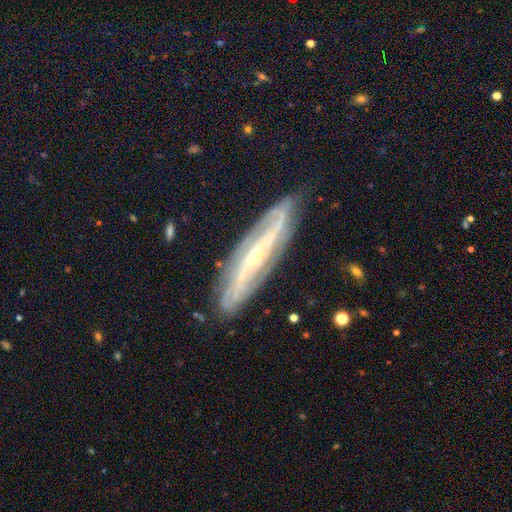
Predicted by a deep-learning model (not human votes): smooth-or-featured: featured or disk: 84% | smooth: 10% | star or artifact: 6%
  disk-edge-on: no: 70% | yes: 30%
    bar: no: 43% | strong: 29% | weak: 28%
    has-spiral-arms: yes: 92% | no: 8%
      spiral-winding: tight: 54% | medium: 34% | loose: 12%
      spiral-arm-count: 2: 45% | can't tell: 31% | 3: 10% | 4: 5% | more than 4: 4% | 1: 4%
    bulge-size: small: 73% | moderate: 23% | none: 1% | large: 1% | dominant: 1%
  merging: none: 81% | minor disturbance: 14% | major disturbance: 3% | merger: 1%